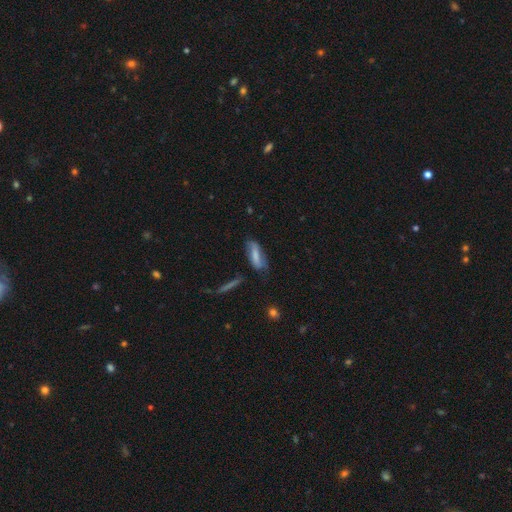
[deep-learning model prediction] This is possibly a smooth galaxy (58%). How rounded: likely in between (64%). Merging: possibly none (54%).